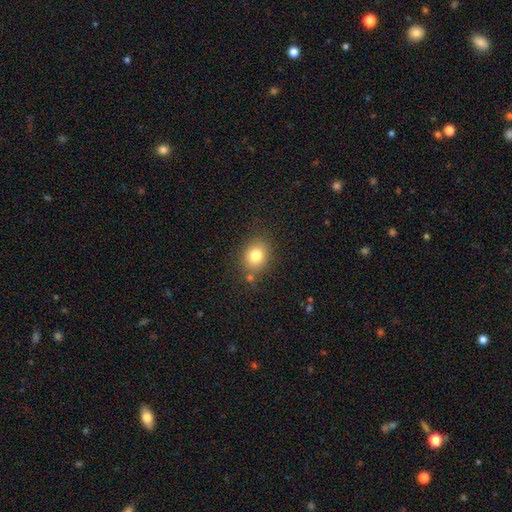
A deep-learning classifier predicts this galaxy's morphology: This is likely a smooth galaxy (80%). How rounded: possibly round (58%). Merging: likely none (75%).